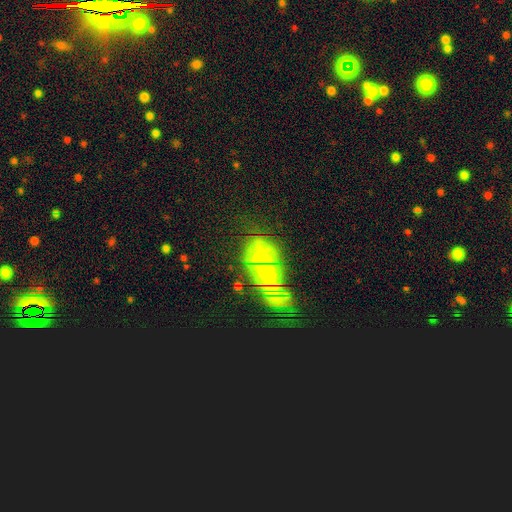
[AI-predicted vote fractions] smooth_or_featured: smooth (p=0.46) [alt: star or artifact p=0.34]
merging: none (p=0.63) [alt: minor disturbance p=0.20]